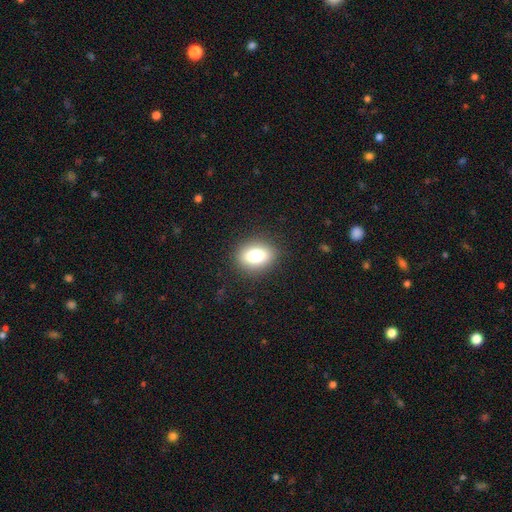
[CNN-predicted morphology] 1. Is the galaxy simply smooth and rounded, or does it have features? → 78% smooth, 11% featured or disk, 11% star or artifact.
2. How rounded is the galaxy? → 62% in between, 36% round, 2% cigar-shaped.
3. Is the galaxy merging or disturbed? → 88% none, 8% minor disturbance, 3% major disturbance, 1% merger.